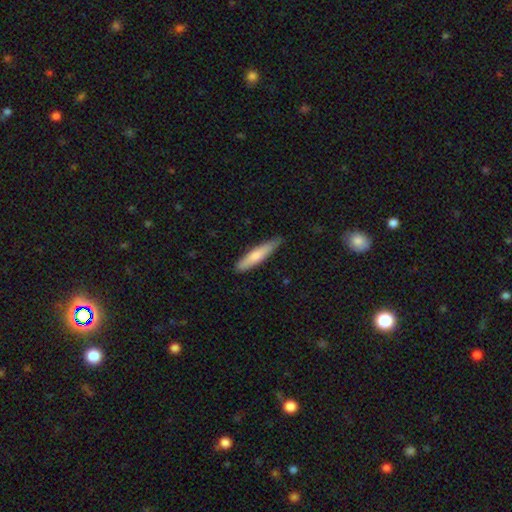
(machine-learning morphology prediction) The model was most divided on "smooth or featured": smooth: 70%, featured or disk: 24%, star or artifact: 5%. More confident: how rounded — cigar-shaped (85%); merging — none (81%).